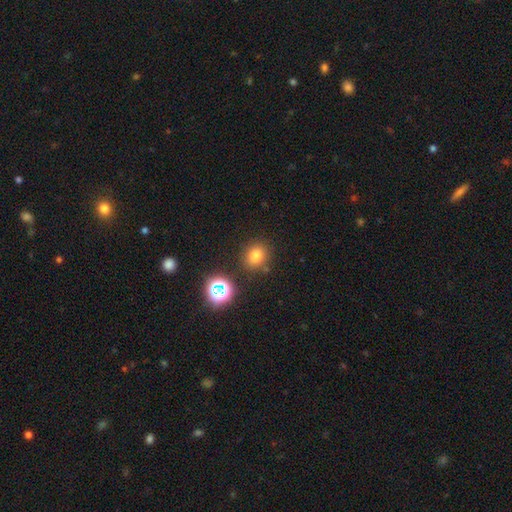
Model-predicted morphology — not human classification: smooth_or_featured: smooth (p=0.75) [alt: star or artifact p=0.18]
how_rounded: round (p=0.68) [alt: in between p=0.31]
merging: none (p=0.81) [alt: minor disturbance p=0.10]